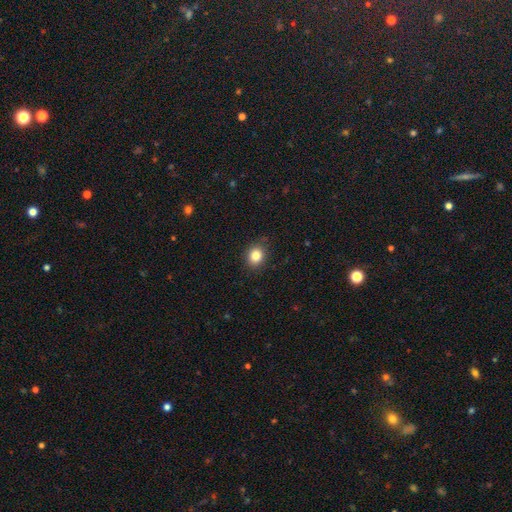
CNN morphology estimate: smooth 84%, star or artifact 10%, featured or disk 6%. Down the decision tree: how rounded — round (64%); merging — none (85%).